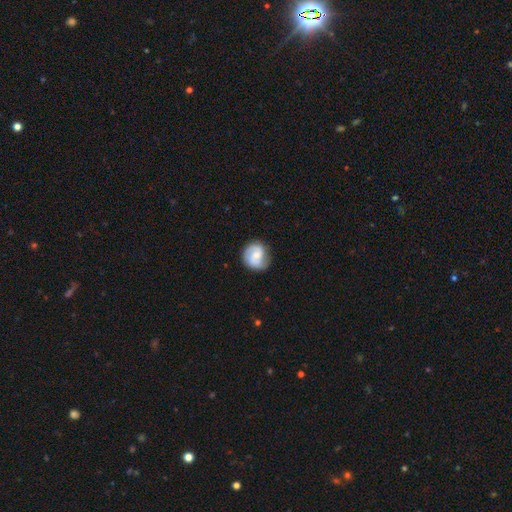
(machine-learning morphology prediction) smooth_or_featured: featured or disk (p=0.59) [alt: smooth p=0.34]
disk_edge_on: no (p=0.98) [alt: yes p=0.02]
bar: no (p=0.54) [alt: weak p=0.37]
has_spiral_arms: yes (p=0.89) [alt: no p=0.11]
spiral_winding: tight (p=0.42) [alt: medium p=0.41]
spiral_arm_count: 2 (p=0.75) [alt: can't tell p=0.12]
bulge_size: moderate (p=0.48) [alt: small p=0.44]
merging: none (p=0.73) [alt: minor disturbance p=0.20]